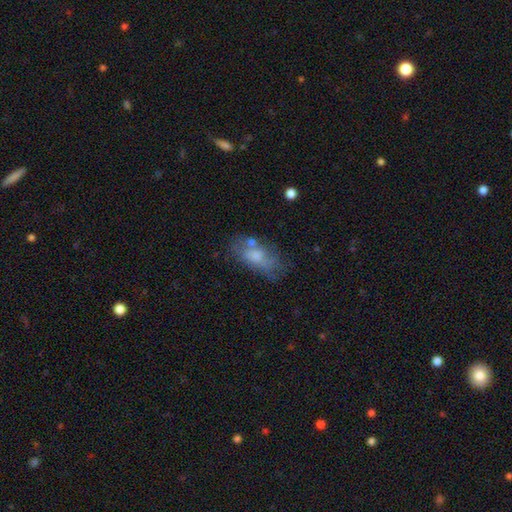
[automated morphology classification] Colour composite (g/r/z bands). It shows a smooth galaxy with no disk features (57%) that is in between round and cigar-shaped (85%). Merging: none (55%).